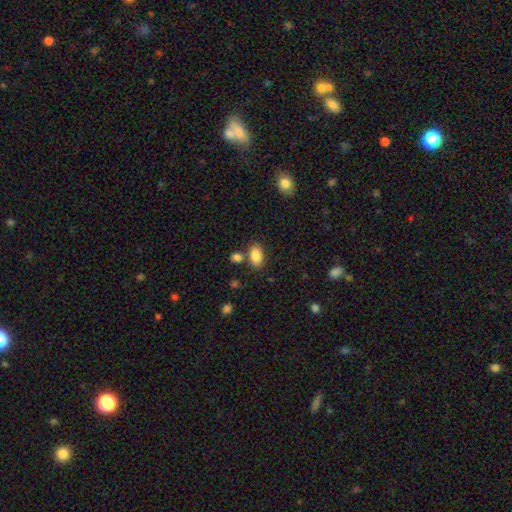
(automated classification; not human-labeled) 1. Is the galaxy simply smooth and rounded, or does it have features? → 85% smooth, 8% star or artifact, 7% featured or disk.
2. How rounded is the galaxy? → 91% in between, 7% round, 2% cigar-shaped.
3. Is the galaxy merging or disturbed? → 72% none, 12% merger, 12% minor disturbance, 3% major disturbance.